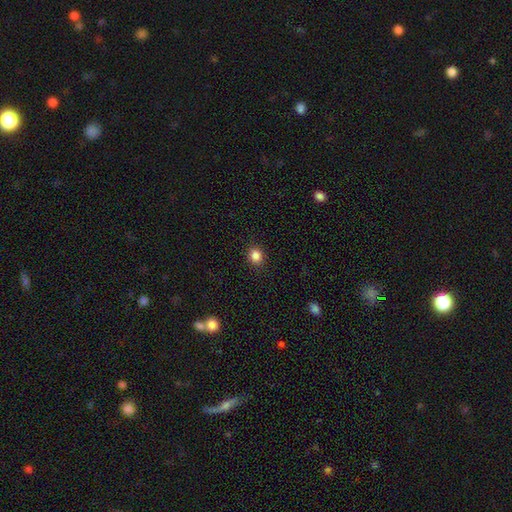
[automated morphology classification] Smooth or featured: smooth — 85% (star or artifact — 12%)
How rounded: round — 77% (in between — 22%)
Merging: none — 90% (minor disturbance — 7%)